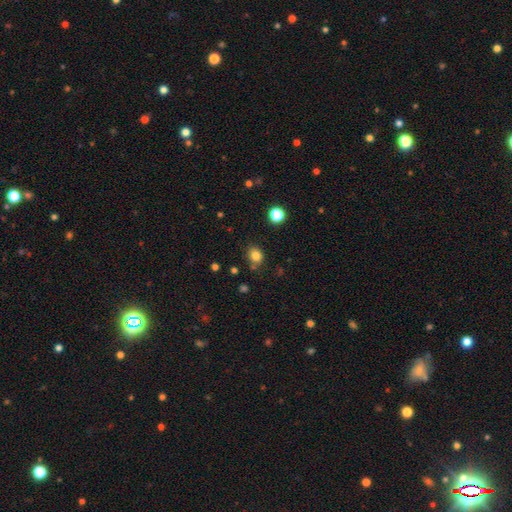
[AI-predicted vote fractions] smooth_or_featured: smooth (p=0.81) [alt: star or artifact p=0.13]
how_rounded: round (p=0.59) [alt: in between p=0.40]
merging: none (p=0.75) [alt: minor disturbance p=0.15]